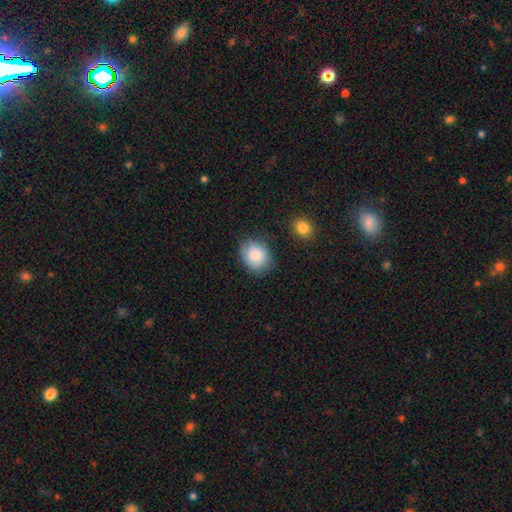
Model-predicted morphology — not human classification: The model was most divided on "how rounded": in between: 51%, round: 48%, cigar-shaped: 1%. More confident: smooth or featured — smooth (82%); merging — none (75%).